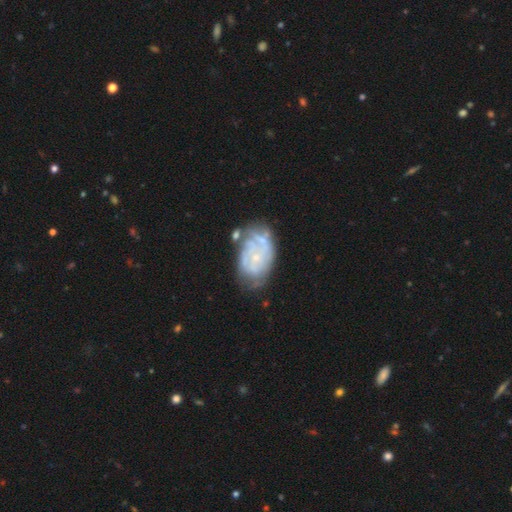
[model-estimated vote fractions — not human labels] smooth-or-featured: featured or disk: 74% | smooth: 19% | star or artifact: 7%
  disk-edge-on: no: 97% | yes: 3%
    bar: no: 79% | weak: 18% | strong: 3%
    has-spiral-arms: yes: 68% | no: 32%
    bulge-size: small: 70% | moderate: 18% | none: 10% | large: 1% | dominant: 1%
  merging: none: 46% | minor disturbance: 27% | major disturbance: 16% | merger: 11%